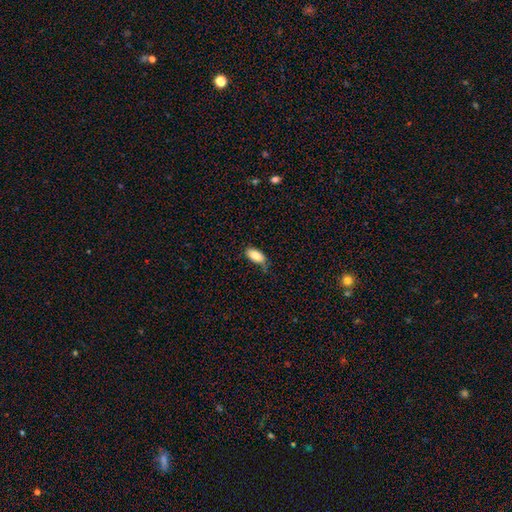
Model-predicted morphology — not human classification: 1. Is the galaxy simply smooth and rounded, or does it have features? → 84% smooth, 9% featured or disk, 7% star or artifact.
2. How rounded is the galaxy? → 92% in between, 6% cigar-shaped, 3% round.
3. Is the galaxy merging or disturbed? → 65% none, 27% minor disturbance, 5% major disturbance, 3% merger.